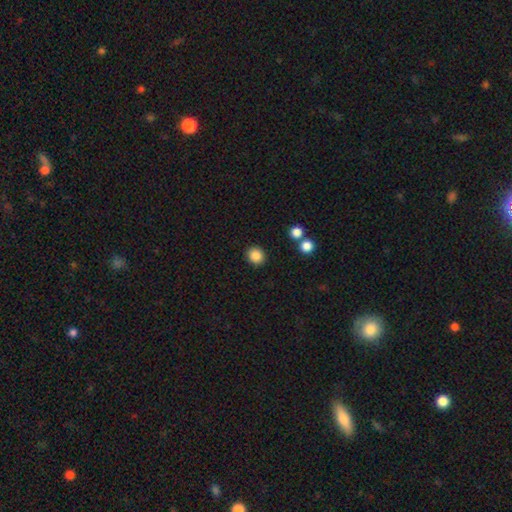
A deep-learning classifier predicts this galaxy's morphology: This appears to be a smooth galaxy with no disk features (87%) that is round (83%). Merging: none (90%).